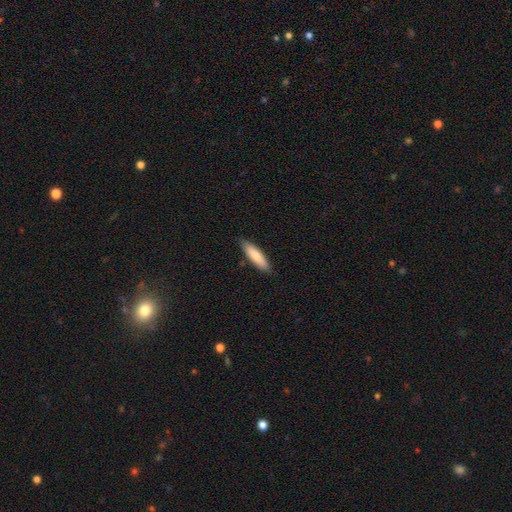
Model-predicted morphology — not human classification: Smooth or featured: smooth — 80% (featured or disk — 15%)
How rounded: cigar-shaped — 67% (in between — 32%)
Merging: none — 85% (minor disturbance — 12%)